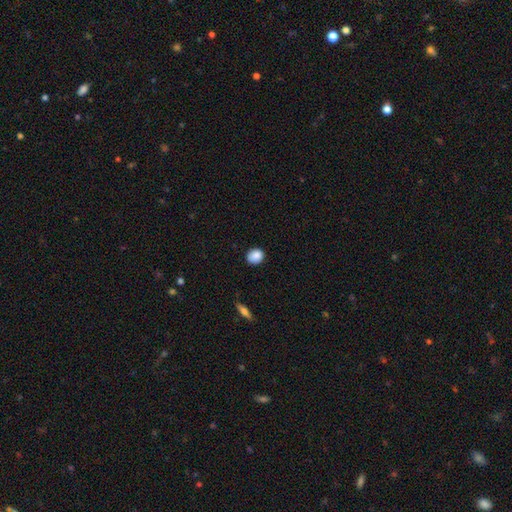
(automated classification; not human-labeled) Q: Smooth or featured?
A: smooth (88%); runner-up: star or artifact (8%)
Q: How rounded?
A: round (69%); runner-up: in between (30%)
Q: Merging?
A: none (85%); runner-up: minor disturbance (12%)